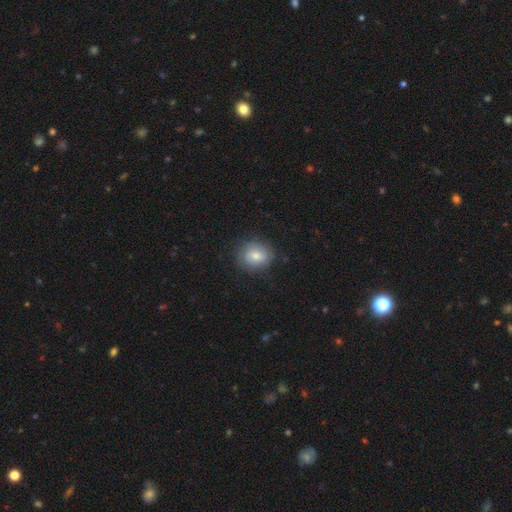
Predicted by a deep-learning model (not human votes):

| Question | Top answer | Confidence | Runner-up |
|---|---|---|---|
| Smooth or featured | smooth | 72% | featured or disk (19%) |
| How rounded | round | 72% | in between (27%) |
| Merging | none | 81% | minor disturbance (13%) |